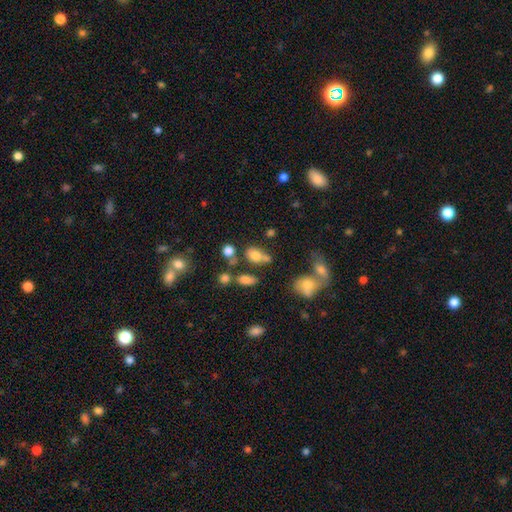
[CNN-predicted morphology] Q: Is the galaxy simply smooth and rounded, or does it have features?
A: smooth — 75%.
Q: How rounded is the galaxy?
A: in between — 78%.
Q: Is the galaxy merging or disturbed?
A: none — 48%.